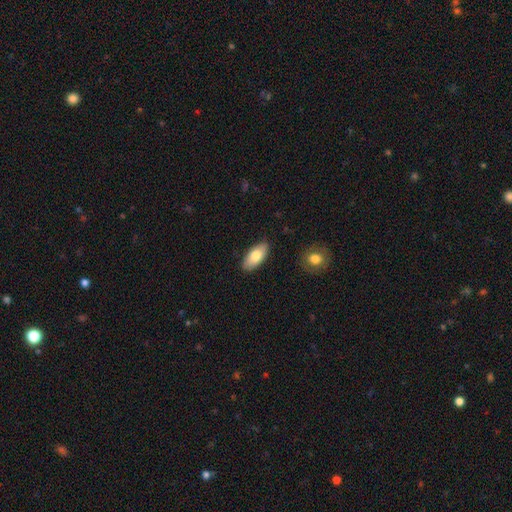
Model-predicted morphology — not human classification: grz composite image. It shows a smooth galaxy with no disk features (79%) that is in between round and cigar-shaped (89%). Merging: none (87%).